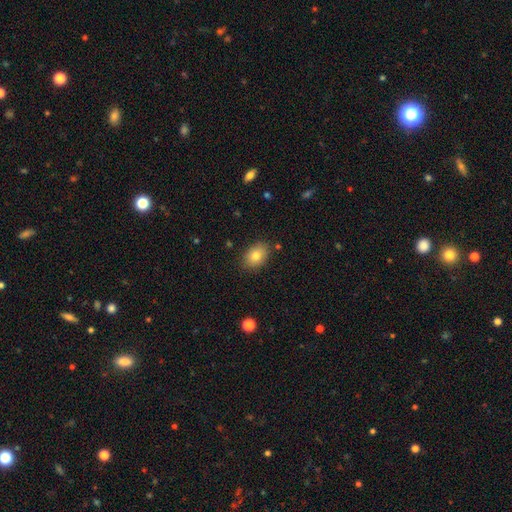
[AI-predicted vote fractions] Overall: smooth (81%). How rounded: in between (76%). Merging: none (85%).